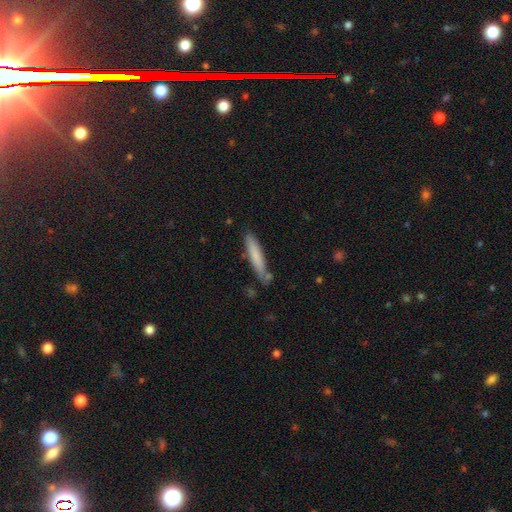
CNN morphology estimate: smooth 76%, featured or disk 19%, star or artifact 6%. Down the decision tree: how rounded — cigar-shaped (91%); merging — none (77%).